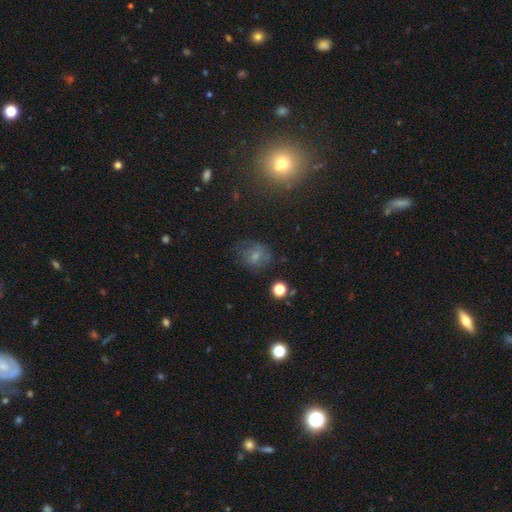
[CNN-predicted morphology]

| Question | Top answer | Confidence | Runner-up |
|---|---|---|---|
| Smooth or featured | smooth | 61% | featured or disk (20%) |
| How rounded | round | 64% | in between (35%) |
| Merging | none | 62% | minor disturbance (23%) |